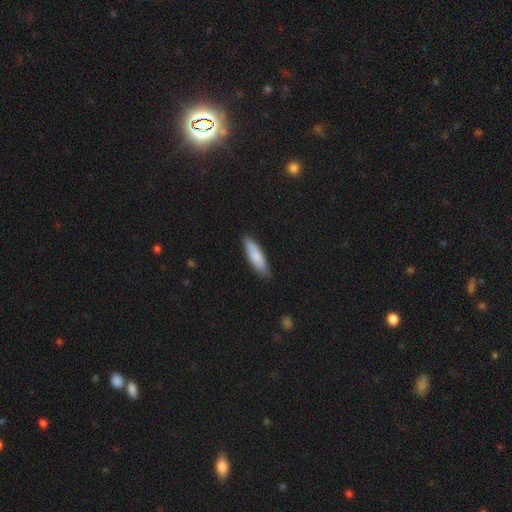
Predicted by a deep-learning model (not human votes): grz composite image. It shows a smooth galaxy with no disk features (84%) that is cigar-shaped (67%). Merging: none (85%).